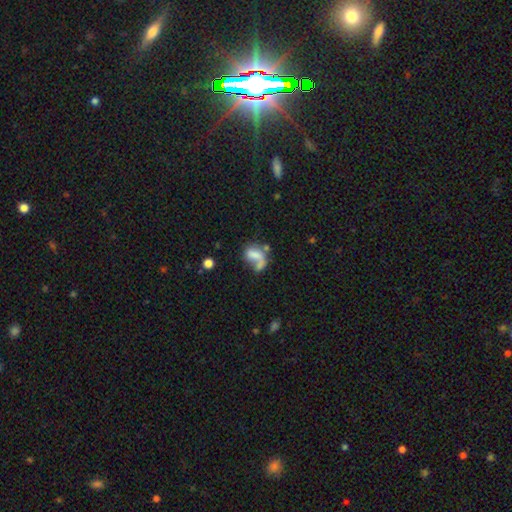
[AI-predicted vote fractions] Smooth or featured?
  - smooth: 53% *
  - featured or disk: 36%
  - star or artifact: 11%
How rounded?
  - in between: 78% *
  - round: 19%
  - cigar-shaped: 3%
Merging?
  - major disturbance: 34% *
  - none: 26%
  - merger: 25%
  - minor disturbance: 15%